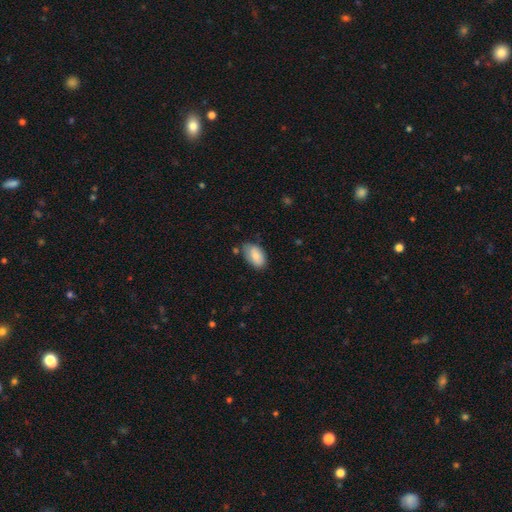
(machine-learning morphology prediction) This is clearly a smooth galaxy (81%). How rounded: clearly in between (94%). Merging: likely none (71%).